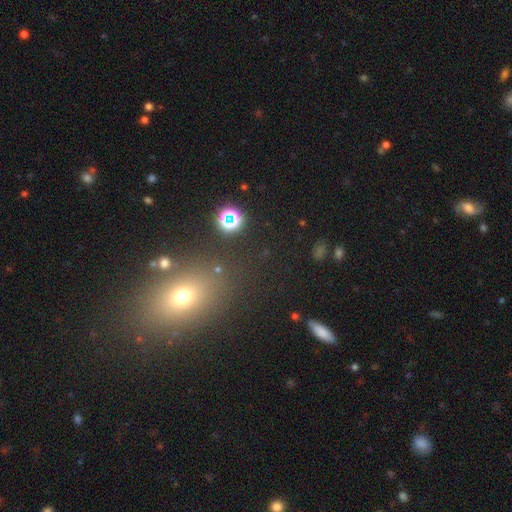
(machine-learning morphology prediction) The model was most divided on "smooth or featured": smooth: 57%, star or artifact: 30%, featured or disk: 13%. More confident: merging — none (82%); how rounded — in between (65%).